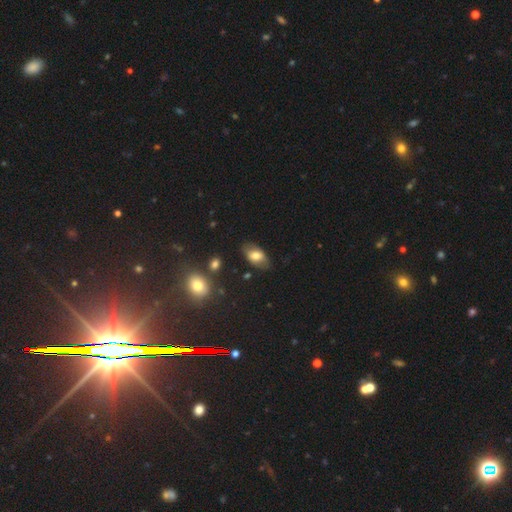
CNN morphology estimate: Overall: smooth (72%). How rounded: in between (92%). Merging: none (79%).